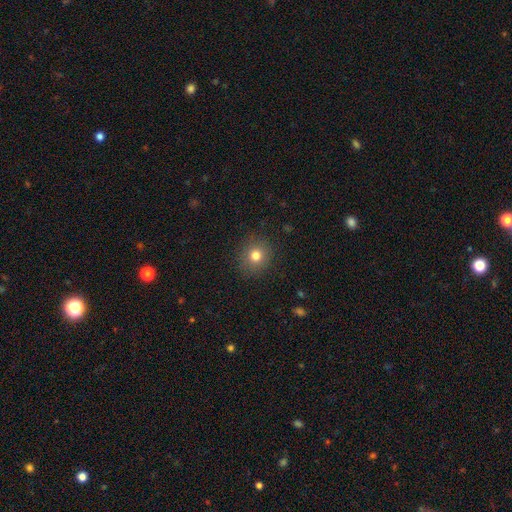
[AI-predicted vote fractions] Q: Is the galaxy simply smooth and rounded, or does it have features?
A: smooth — 79%.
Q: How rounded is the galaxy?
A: round — 84%.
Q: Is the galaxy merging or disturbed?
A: none — 89%.